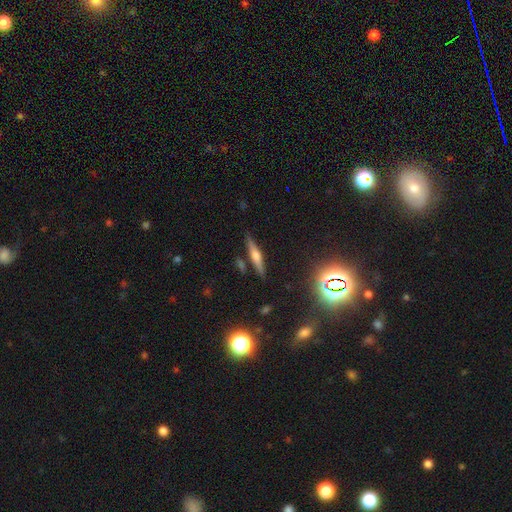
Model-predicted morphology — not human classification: Smooth or featured?
  - featured or disk: 47% *
  - smooth: 41%
  - star or artifact: 11%
Merging?
  - none: 83% *
  - minor disturbance: 10%
  - merger: 4%
  - major disturbance: 2%